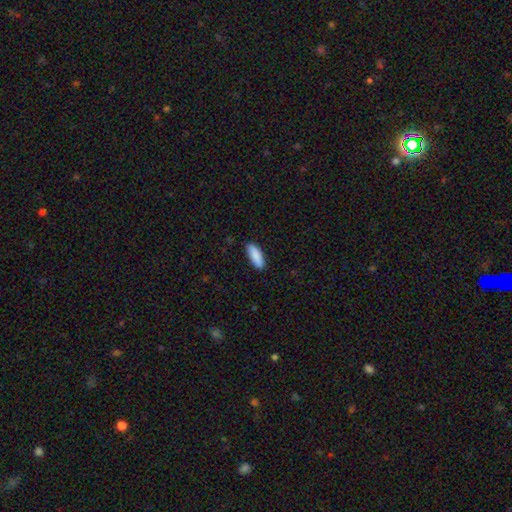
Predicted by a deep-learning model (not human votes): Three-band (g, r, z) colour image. It shows a smooth galaxy with no disk features (90%) that is in between round and cigar-shaped (66%). Merging: none (88%).